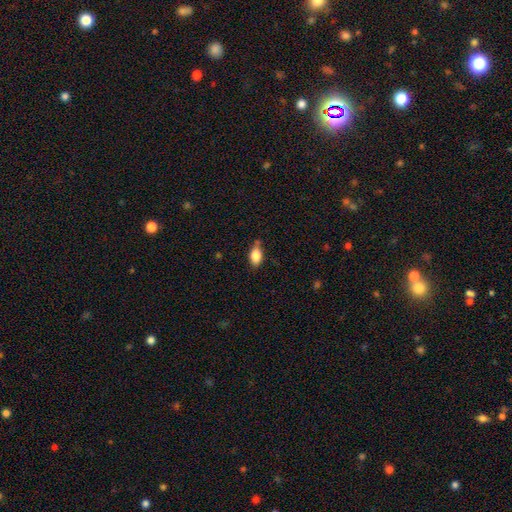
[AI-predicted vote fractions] This appears to be a smooth galaxy with no disk features (83%) that is in between round and cigar-shaped (88%). Merging: none (65%).